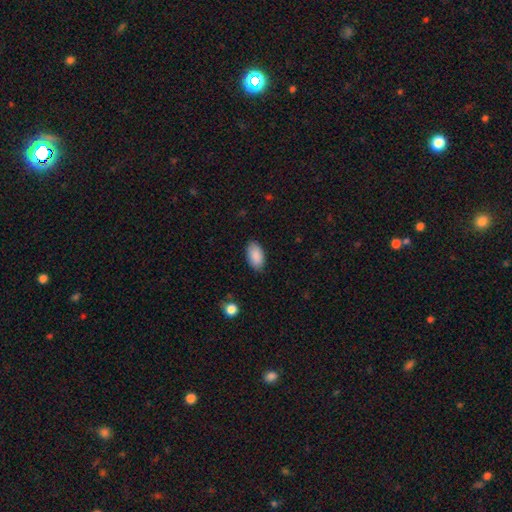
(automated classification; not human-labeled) Q: Smooth or featured?
A: smooth (90%); runner-up: star or artifact (6%)
Q: How rounded?
A: in between (95%); runner-up: round (3%)
Q: Merging?
A: none (84%); runner-up: minor disturbance (12%)